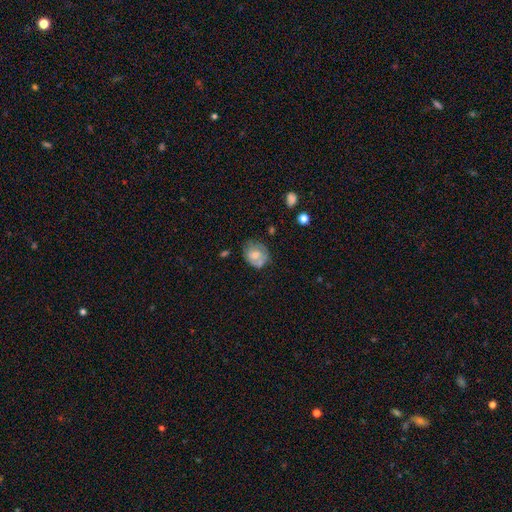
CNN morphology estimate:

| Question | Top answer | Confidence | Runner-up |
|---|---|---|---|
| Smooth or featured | smooth | 55% | featured or disk (37%) |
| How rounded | round | 61% | in between (38%) |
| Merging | none | 52% | minor disturbance (28%) |